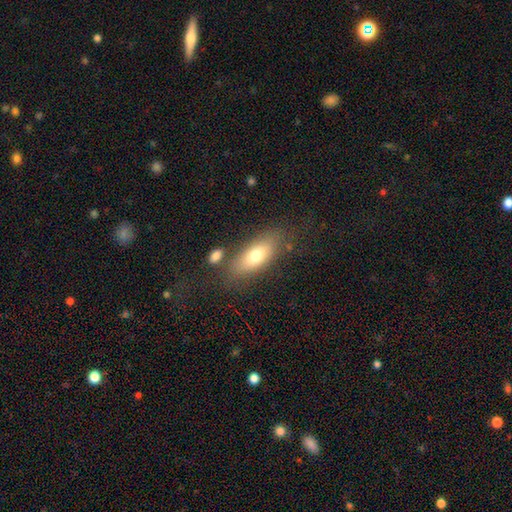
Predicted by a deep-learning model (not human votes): A smooth galaxy with no disk features (72%) that is in between round and cigar-shaped (76%). Merging: none (72%).